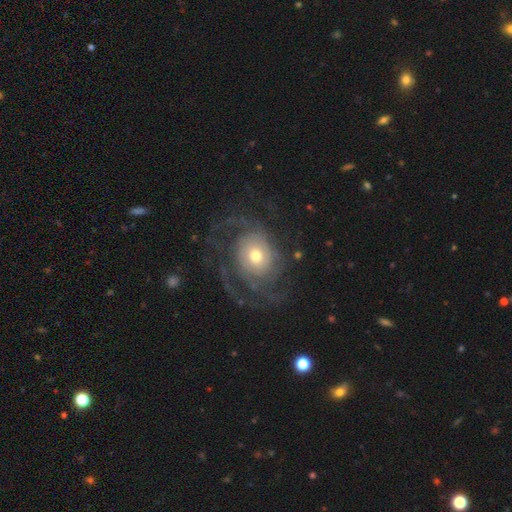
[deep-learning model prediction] Q: Smooth or featured?
A: featured or disk (80%); runner-up: smooth (14%)
Q: Edge-on disk?
A: no (97%); runner-up: yes (3%)
Q: Bar?
A: no (81%); runner-up: weak (16%)
Q: Spiral arms?
A: yes (90%); runner-up: no (10%)
Q: Spiral winding?
A: tight (45%); runner-up: medium (35%)
Q: Spiral arm count?
A: can't tell (31%); runner-up: 2 (22%)
Q: Bulge size?
A: moderate (60%); runner-up: small (28%)
Q: Merging?
A: none (60%); runner-up: major disturbance (23%)